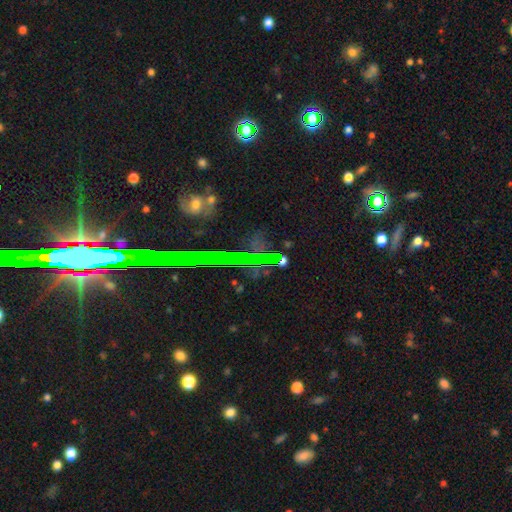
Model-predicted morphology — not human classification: Q: Smooth or featured?
A: star or artifact (63%); runner-up: featured or disk (20%)